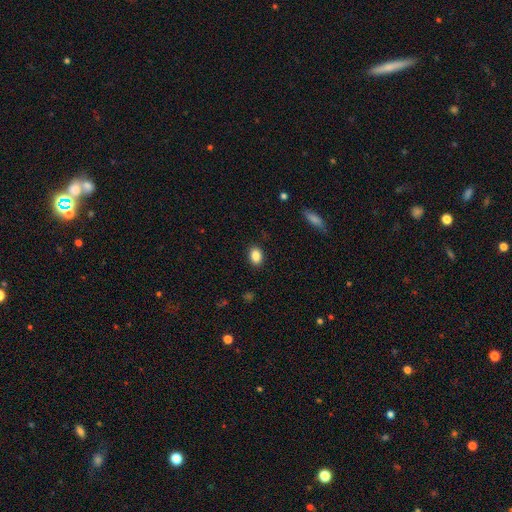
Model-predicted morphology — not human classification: Smooth or featured? smooth (87%)
How rounded? in between (76%)
Merging? none (88%)